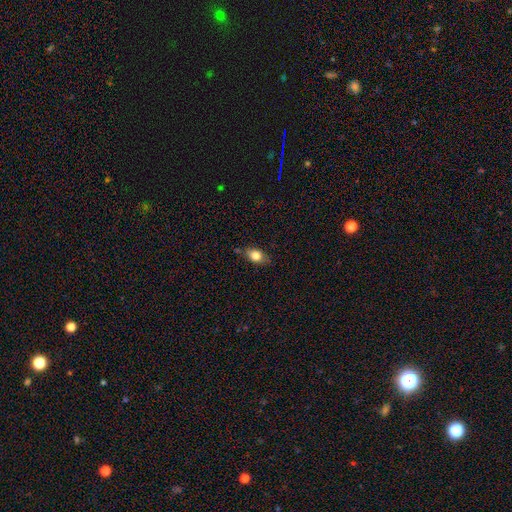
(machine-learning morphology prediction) Smooth or featured: smooth — 79% (featured or disk — 12%)
How rounded: in between — 80% (round — 15%)
Merging: none — 73% (minor disturbance — 20%)